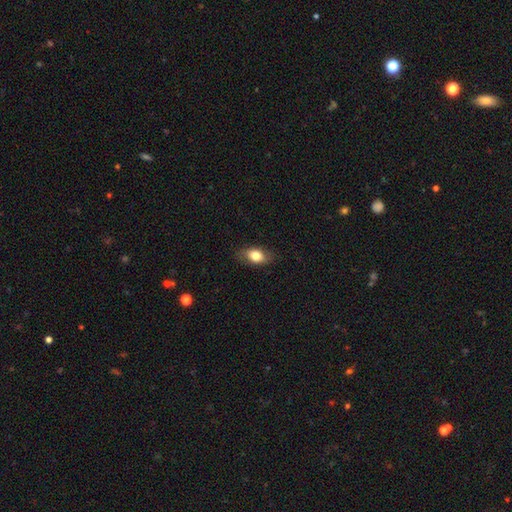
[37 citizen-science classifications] Q: Smooth or featured?
A: smooth (84%); runner-up: featured or disk (11%)
Q: How rounded?
A: in between (84%); runner-up: round (13%)
Q: Merging?
A: none (74%); runner-up: minor disturbance (17%)